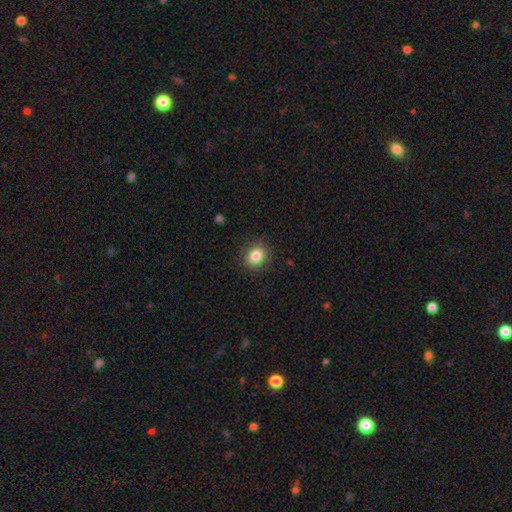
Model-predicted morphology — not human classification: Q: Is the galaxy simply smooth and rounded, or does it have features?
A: smooth — 84%.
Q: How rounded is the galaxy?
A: round — 63%.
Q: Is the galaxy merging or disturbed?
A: none — 88%.